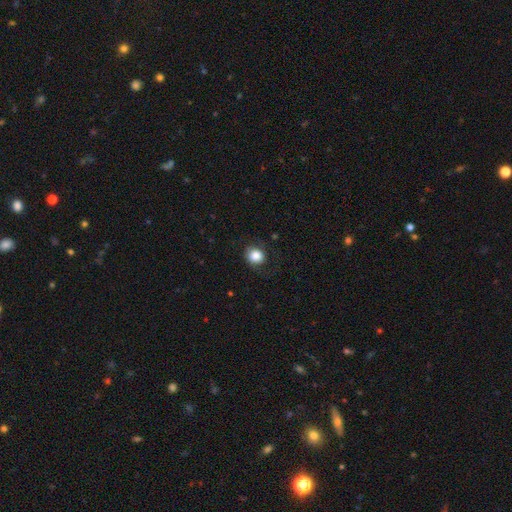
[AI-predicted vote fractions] Q: Smooth or featured?
A: smooth (85%); runner-up: star or artifact (8%)
Q: How rounded?
A: round (82%); runner-up: in between (18%)
Q: Merging?
A: none (76%); runner-up: minor disturbance (15%)